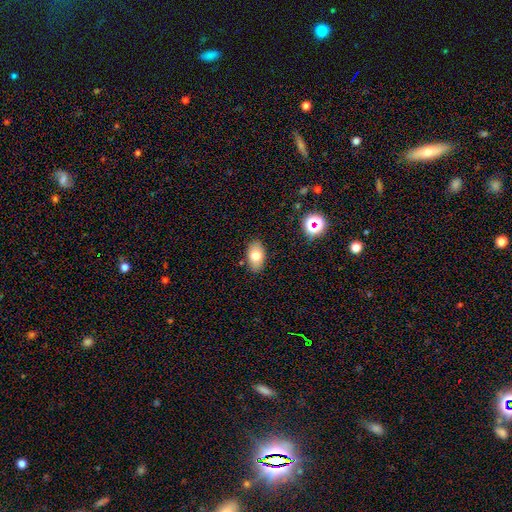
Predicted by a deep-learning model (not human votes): The model was most divided on "smooth or featured": smooth: 75%, featured or disk: 16%, star or artifact: 9%. More confident: how rounded — in between (91%); merging — none (85%).